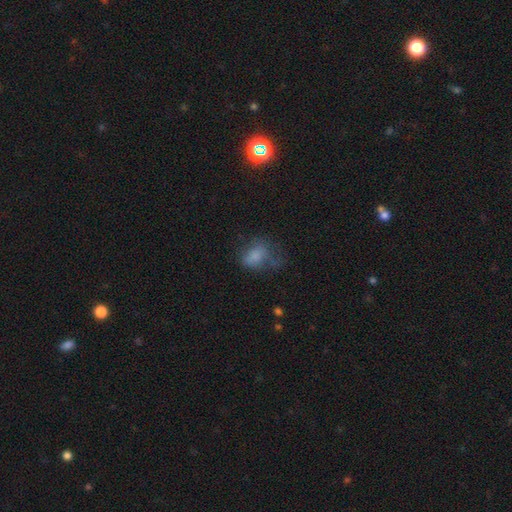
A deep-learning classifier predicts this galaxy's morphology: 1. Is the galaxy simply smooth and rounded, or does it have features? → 66% smooth, 20% featured or disk, 14% star or artifact.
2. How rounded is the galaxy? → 72% in between, 26% round, 2% cigar-shaped.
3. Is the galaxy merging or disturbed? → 40% major disturbance, 30% none, 26% minor disturbance, 3% merger.